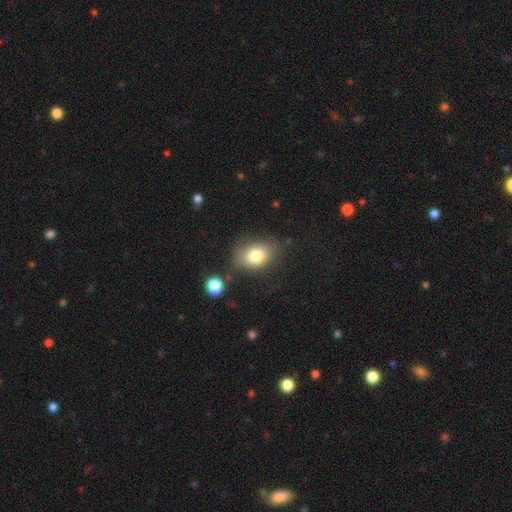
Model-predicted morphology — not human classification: Smooth or featured? Predicted: smooth (p=0.76). How rounded? Predicted: in between (p=0.72). Merging? Predicted: none (p=0.64).